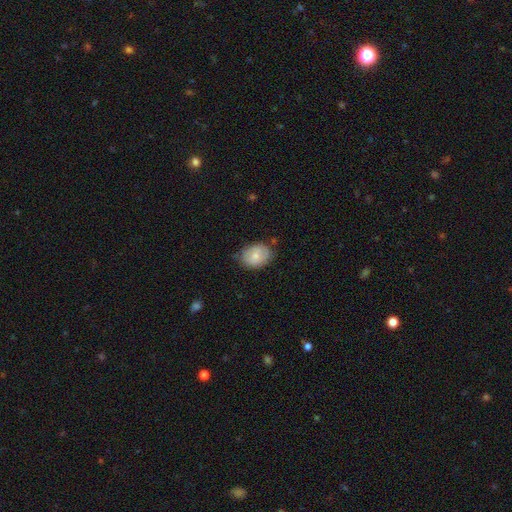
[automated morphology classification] Smooth or featured? smooth (70%)
How rounded? in between (68%)
Merging? none (70%)